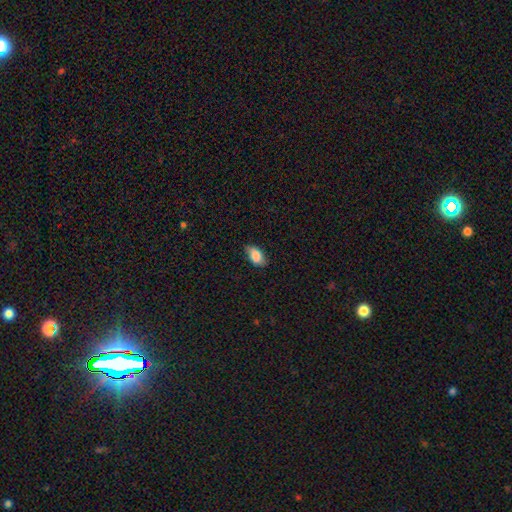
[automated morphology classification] Smooth or featured?
  - smooth: 84% *
  - featured or disk: 8%
  - star or artifact: 7%
How rounded?
  - in between: 91% *
  - round: 6%
  - cigar-shaped: 3%
Merging?
  - none: 77% *
  - minor disturbance: 19%
  - major disturbance: 3%
  - merger: 1%